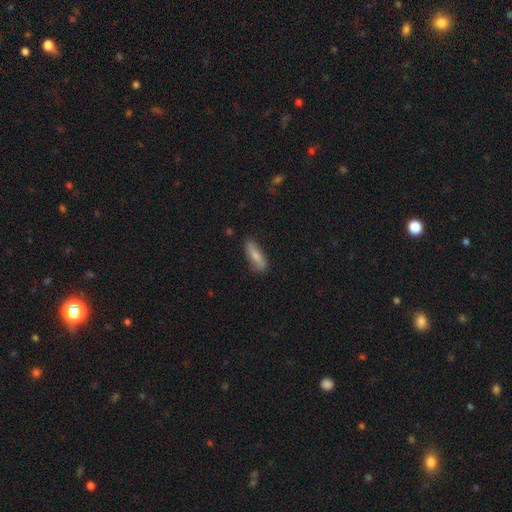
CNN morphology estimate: Smooth or featured: smooth — 70% (featured or disk — 24%)
How rounded: cigar-shaped — 50% (in between — 47%)
Merging: none — 81% (minor disturbance — 15%)